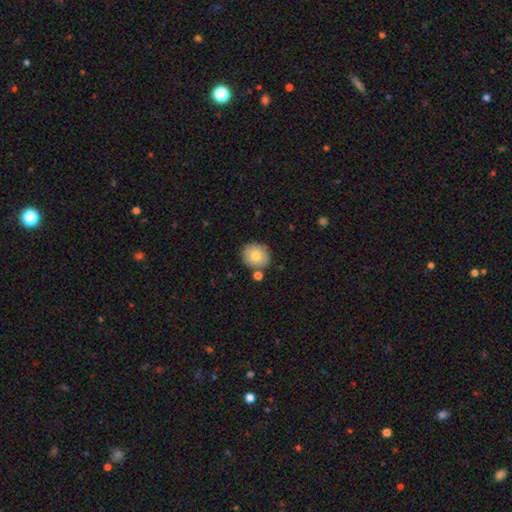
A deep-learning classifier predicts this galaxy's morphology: Smooth or featured? Predicted: smooth (p=0.79). How rounded? Predicted: round (p=0.85). Merging? Predicted: none (p=0.78).